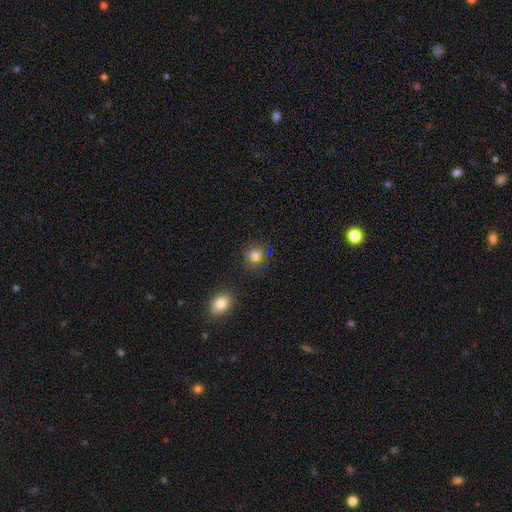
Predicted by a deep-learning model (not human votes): smooth-or-featured: smooth: 69% | star or artifact: 23% | featured or disk: 8%
  how-rounded: round: 84% | in between: 15% | cigar-shaped: 1%
  merging: none: 83% | minor disturbance: 10% | major disturbance: 4% | merger: 3%